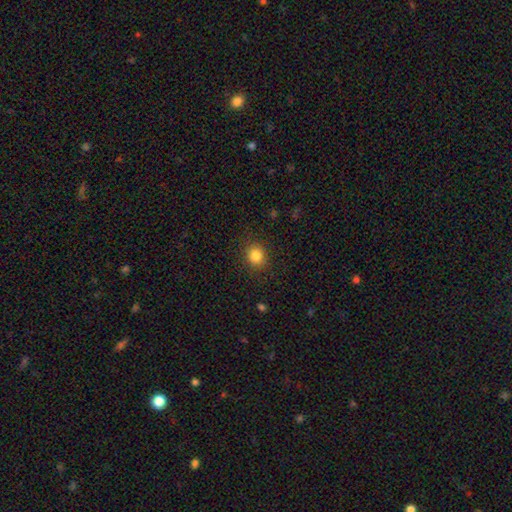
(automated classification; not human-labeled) smooth 84%, star or artifact 11%, featured or disk 5%. Down the decision tree: how rounded — round (80%); merging — none (89%).